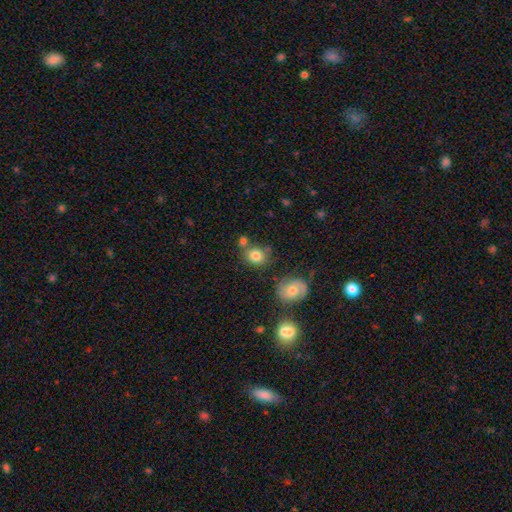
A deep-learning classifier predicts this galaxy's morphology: This is clearly a smooth galaxy (80%). How rounded: likely round (70%). Merging: likely none (66%).